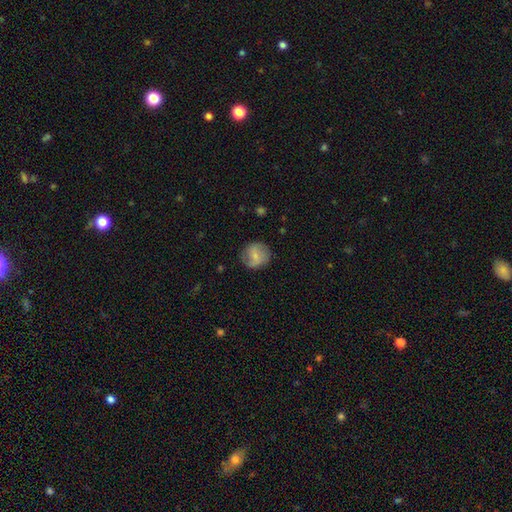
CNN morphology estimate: Smooth or featured: smooth — 59% (featured or disk — 33%)
How rounded: round — 86% (in between — 13%)
Merging: none — 76% (minor disturbance — 17%)